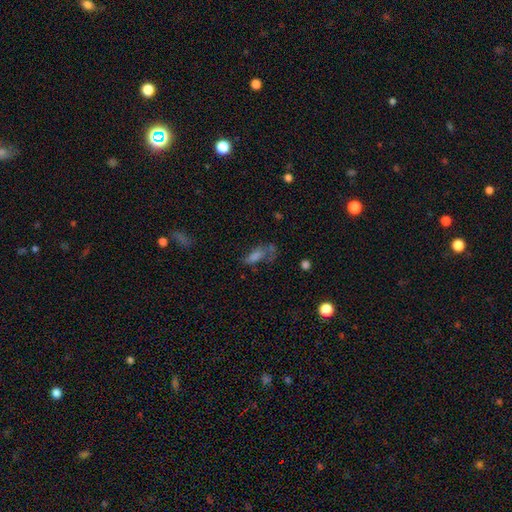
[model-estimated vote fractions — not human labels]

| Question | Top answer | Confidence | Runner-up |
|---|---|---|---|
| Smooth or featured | smooth | 46% | featured or disk (29%) |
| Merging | none | 40% | major disturbance (29%) |